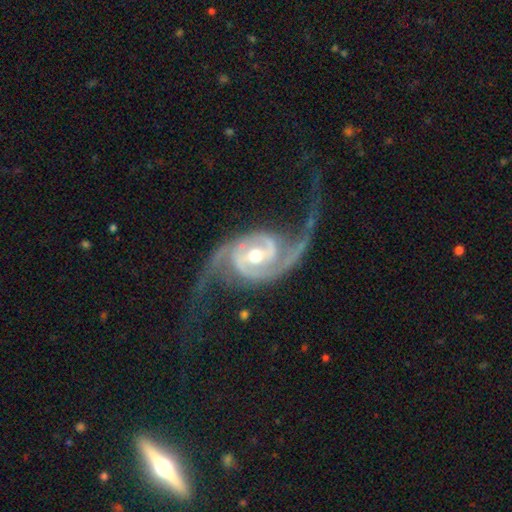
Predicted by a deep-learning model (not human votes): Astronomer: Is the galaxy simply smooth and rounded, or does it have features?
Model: featured or disk — 94%.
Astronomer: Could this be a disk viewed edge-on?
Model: no — 98%.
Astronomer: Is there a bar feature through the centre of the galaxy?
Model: weak — 39% (runner-up: strong, 35%).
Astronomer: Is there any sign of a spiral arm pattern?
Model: yes — 98%.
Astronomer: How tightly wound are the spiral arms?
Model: medium — 44% (runner-up: loose, 41%).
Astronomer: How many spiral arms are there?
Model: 2 — 93%.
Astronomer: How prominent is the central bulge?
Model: moderate — 74%.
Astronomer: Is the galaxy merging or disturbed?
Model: none — 60%.